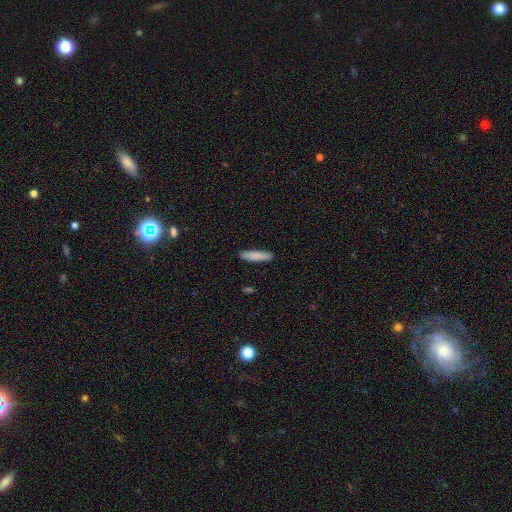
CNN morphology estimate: smooth_or_featured: smooth (p=0.85) [alt: featured or disk p=0.10]
how_rounded: cigar-shaped (p=0.81) [alt: in between p=0.18]
merging: none (p=0.90) [alt: minor disturbance p=0.07]